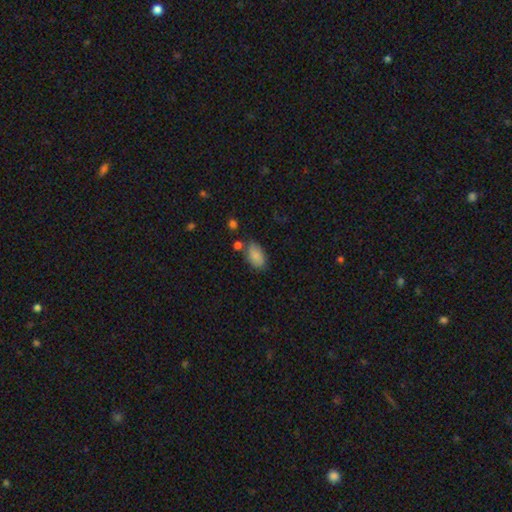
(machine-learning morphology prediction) Smooth or featured: smooth — 84% (featured or disk — 9%)
How rounded: in between — 92% (round — 5%)
Merging: none — 68% (minor disturbance — 19%)